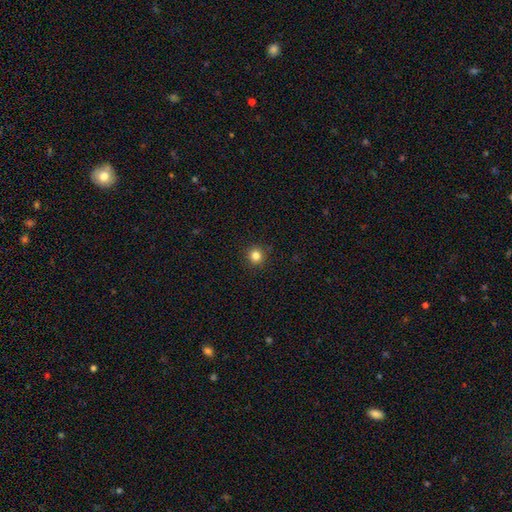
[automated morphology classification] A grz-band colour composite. It shows a smooth galaxy with no disk features (82%) that is round (94%). Merging: none (91%).